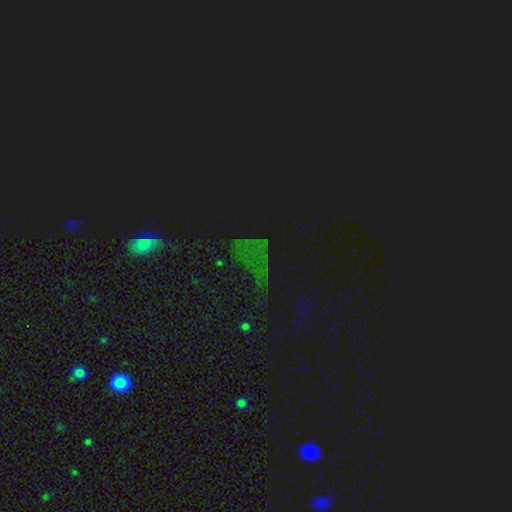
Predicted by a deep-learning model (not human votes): A star or artifact, not a galaxy (75%).

Vote fractions:
- Smooth or featured? star or artifact: 75% / smooth: 16% / featured or disk: 9%